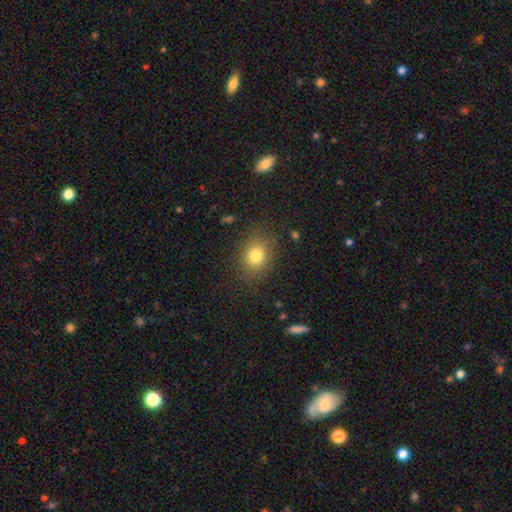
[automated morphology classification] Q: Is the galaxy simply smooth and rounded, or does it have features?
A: smooth — 79%.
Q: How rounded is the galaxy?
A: in between — 51%.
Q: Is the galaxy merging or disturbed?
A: none — 83%.